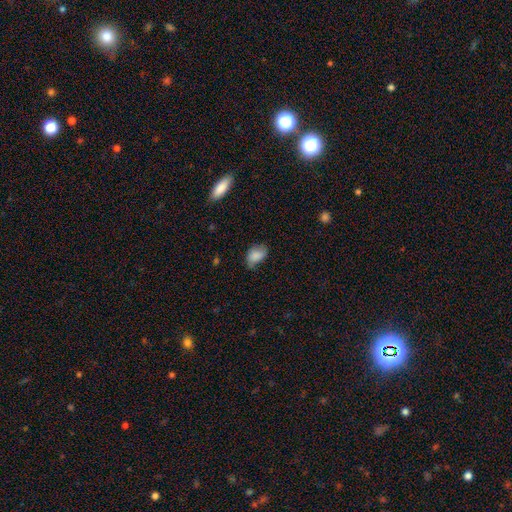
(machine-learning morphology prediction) smooth_or_featured: smooth (p=0.84) [alt: featured or disk p=0.09]
how_rounded: in between (p=0.84) [alt: round p=0.15]
merging: none (p=0.56) [alt: minor disturbance p=0.34]